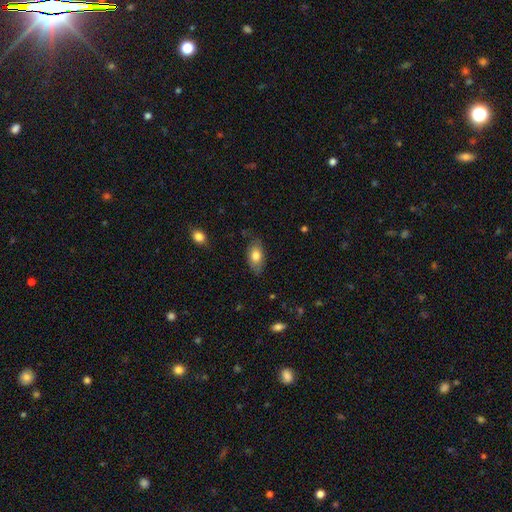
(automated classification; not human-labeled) smooth 75%, featured or disk 18%, star or artifact 7%. Down the decision tree: how rounded — in between (91%); merging — none (75%).